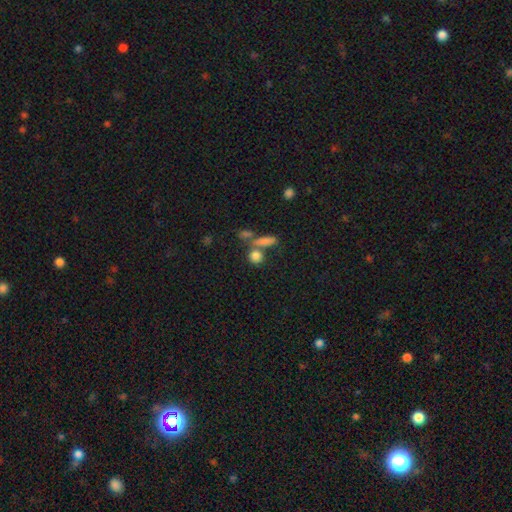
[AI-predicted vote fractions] Q: Smooth or featured?
A: smooth (79%); runner-up: star or artifact (12%)
Q: How rounded?
A: round (67%); runner-up: in between (26%)
Q: Merging?
A: none (54%); runner-up: merger (32%)